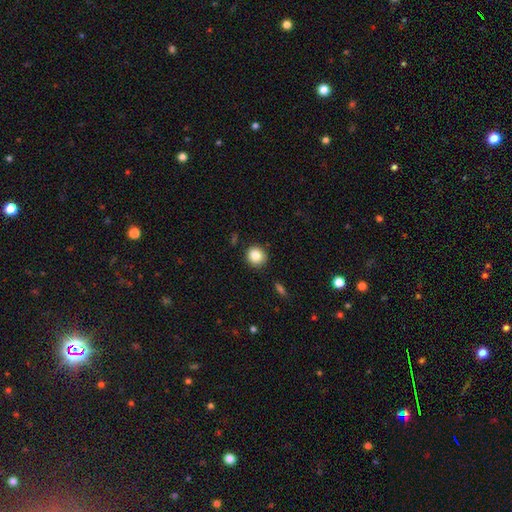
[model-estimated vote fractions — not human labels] This appears to be a smooth galaxy with no disk features (84%) that is round (90%). Merging: none (89%).